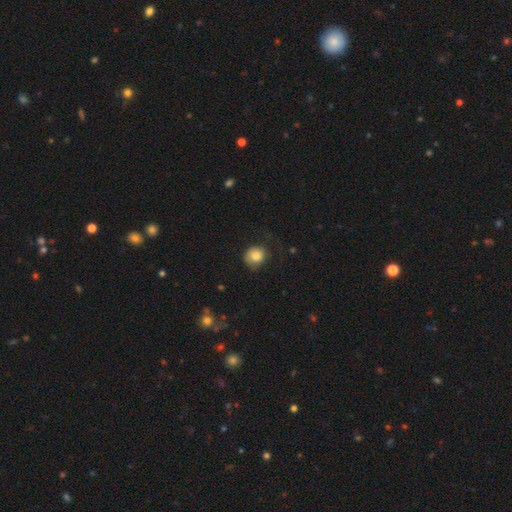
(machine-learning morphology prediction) type=smooth (81%); roundness=round (80%); merging=none (56%).